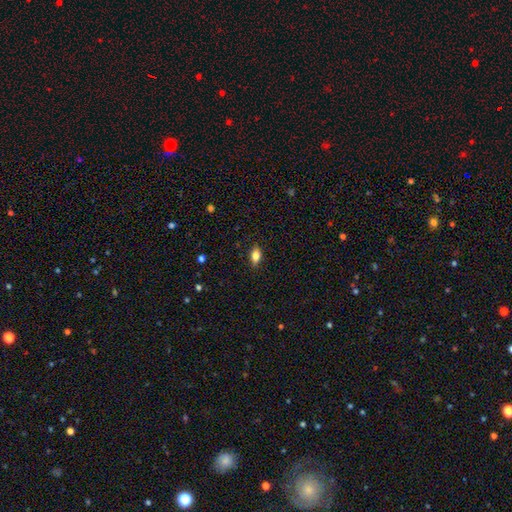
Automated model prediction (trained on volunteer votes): smooth-or-featured: smooth: 79% | featured or disk: 13% | star or artifact: 9%
  how-rounded: in between: 86% | cigar-shaped: 8% | round: 6%
  merging: none: 87% | minor disturbance: 10% | major disturbance: 2% | merger: 1%